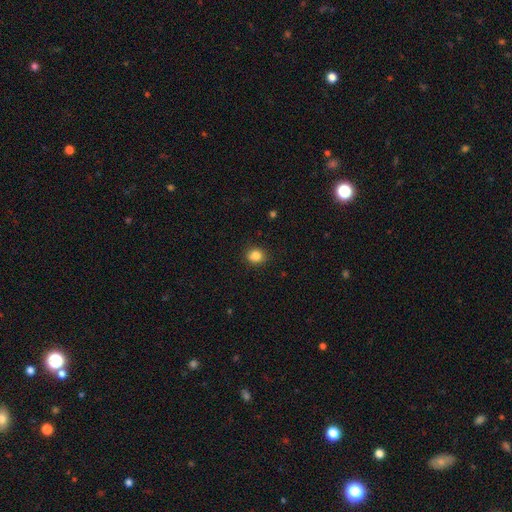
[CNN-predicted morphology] Overall: smooth (84%). How rounded: round (73%). Merging: none (89%).